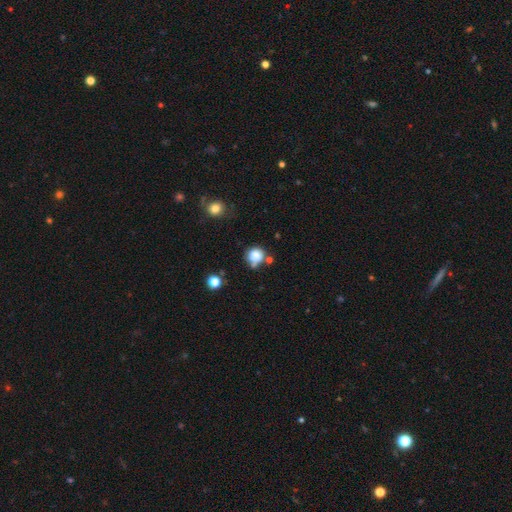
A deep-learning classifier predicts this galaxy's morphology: A smooth galaxy with no disk features (78%) that is round (80%).

Vote fractions:
- Smooth or featured? smooth: 78% / star or artifact: 12% / featured or disk: 10%
- How rounded? round: 80% / in between: 19% / cigar-shaped: 1%
- Merging? none: 47% / minor disturbance: 22% / merger: 21% / major disturbance: 10%